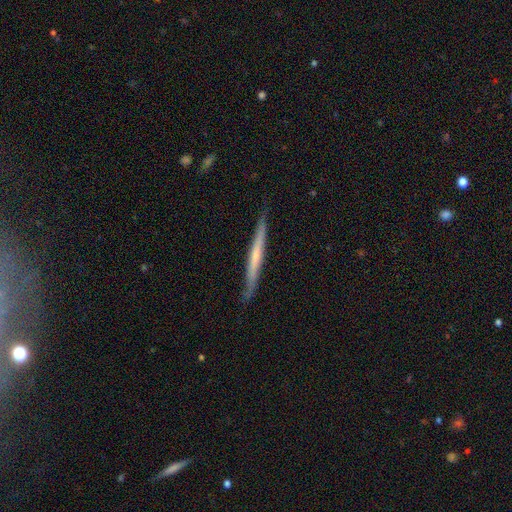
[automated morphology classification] Smooth or featured? Predicted: featured or disk (p=0.57). Edge-on disk? Predicted: yes (p=0.96). Edge-on bulge? Predicted: none (p=0.68). Merging? Predicted: none (p=0.86).